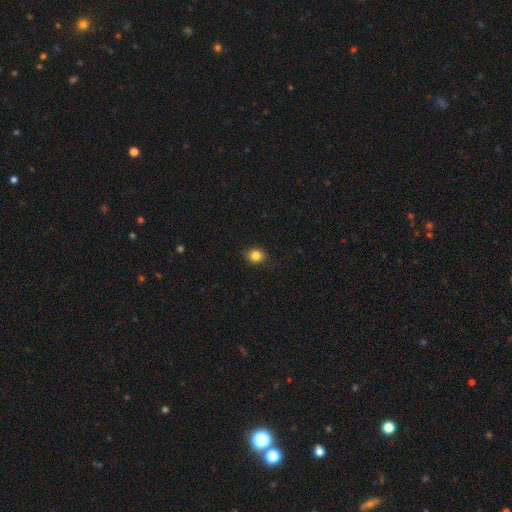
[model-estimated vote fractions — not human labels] A smooth galaxy with no disk features (84%) that is round (73%). Merging: none (86%).